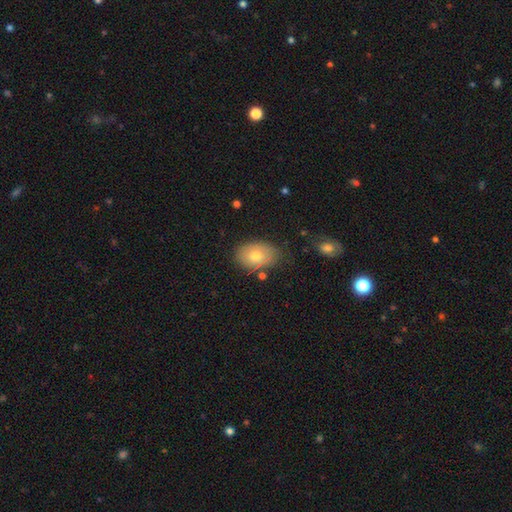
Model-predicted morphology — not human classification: type=smooth (74%); roundness=in between (81%); merging=none (74%).